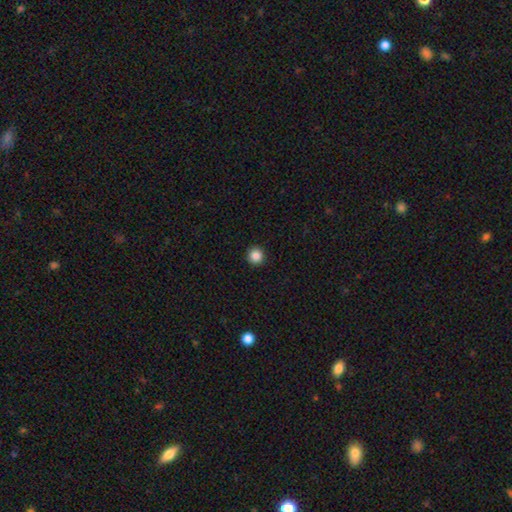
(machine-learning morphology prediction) A smooth galaxy with no disk features (86%) that is round (95%). Merging: none (94%).